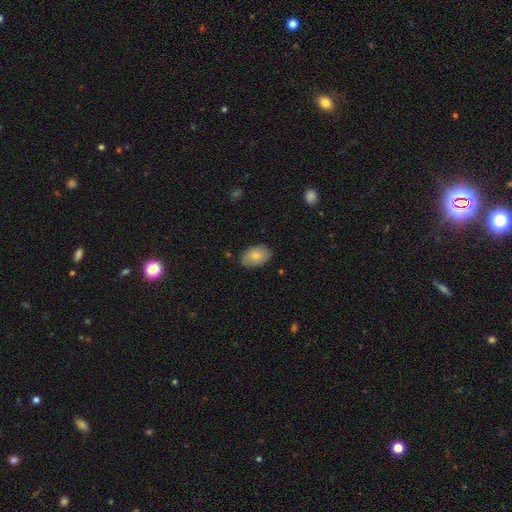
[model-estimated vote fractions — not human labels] smooth 81%, featured or disk 12%, star or artifact 7%. Down the decision tree: how rounded — in between (89%); merging — none (82%).